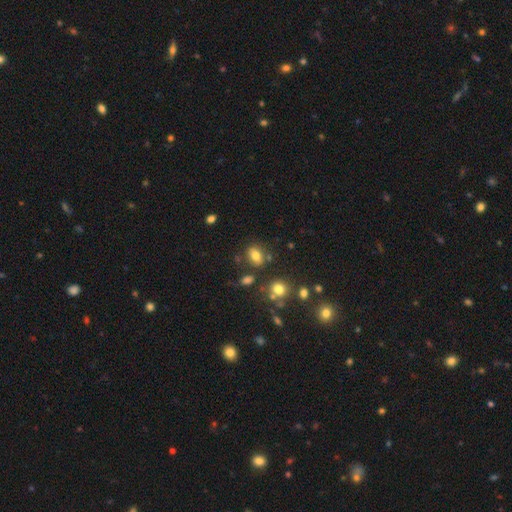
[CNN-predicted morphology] smooth_or_featured: smooth (p=0.76) [alt: star or artifact p=0.13]
how_rounded: in between (p=0.73) [alt: round p=0.24]
merging: none (p=0.73) [alt: minor disturbance p=0.14]